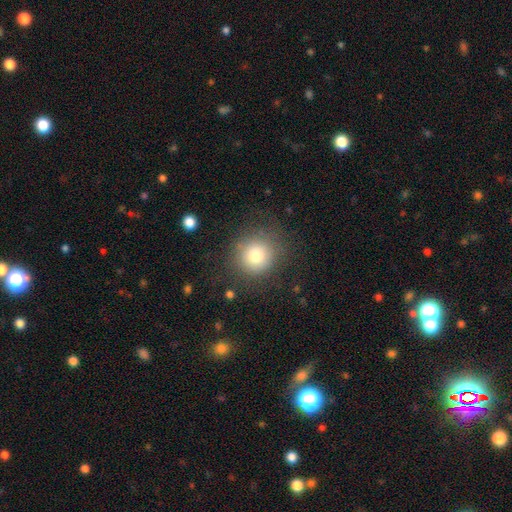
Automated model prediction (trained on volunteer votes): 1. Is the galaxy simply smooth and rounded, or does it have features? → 77% smooth, 12% star or artifact, 11% featured or disk.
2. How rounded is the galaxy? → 90% round, 9% in between, 1% cigar-shaped.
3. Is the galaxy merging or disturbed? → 80% none, 12% minor disturbance, 7% major disturbance, 2% merger.